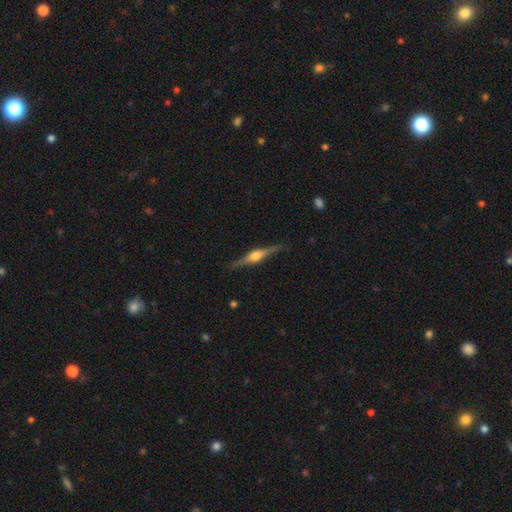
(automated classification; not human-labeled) Q: Smooth or featured?
A: featured or disk (81%); runner-up: smooth (14%)
Q: Edge-on disk?
A: yes (98%); runner-up: no (2%)
Q: Edge-on bulge?
A: rounded (92%); runner-up: boxy (6%)
Q: Merging?
A: none (90%); runner-up: minor disturbance (8%)